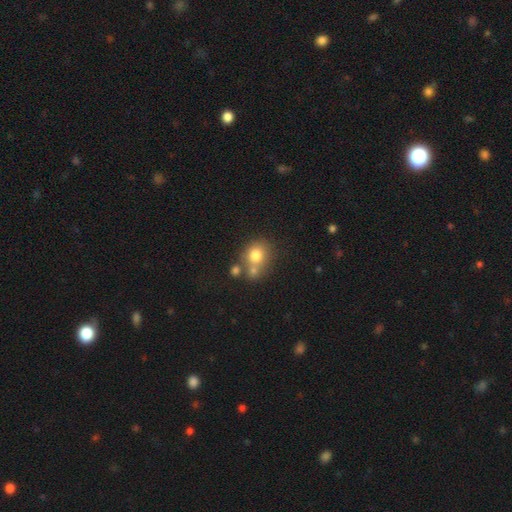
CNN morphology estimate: The model was most divided on "merging": none: 49%, merger: 34%, minor disturbance: 12%, major disturbance: 5%. More confident: smooth or featured — smooth (76%); how rounded — round (71%).